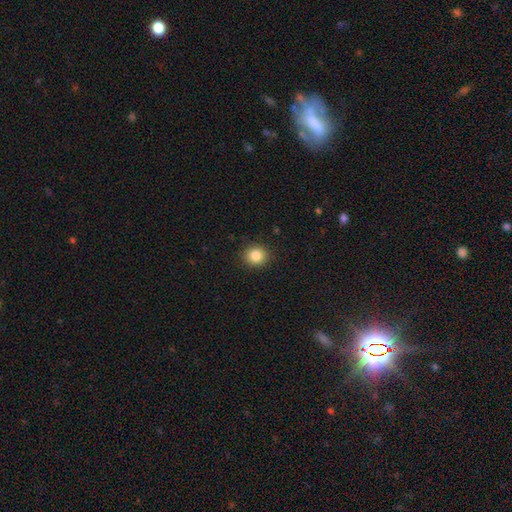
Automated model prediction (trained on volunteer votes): This is clearly a smooth galaxy (85%). How rounded: likely round (79%). Merging: clearly none (90%).